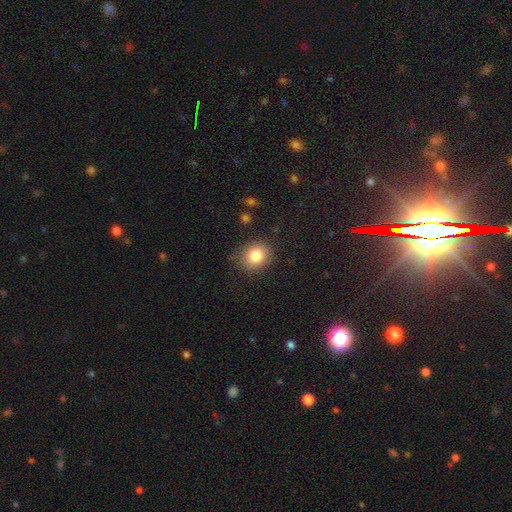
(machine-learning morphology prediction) Smooth or featured?
  - smooth: 83% *
  - star or artifact: 9%
  - featured or disk: 7%
How rounded?
  - round: 62% *
  - in between: 38%
  - cigar-shaped: 1%
Merging?
  - none: 79% *
  - minor disturbance: 16%
  - major disturbance: 4%
  - merger: 2%